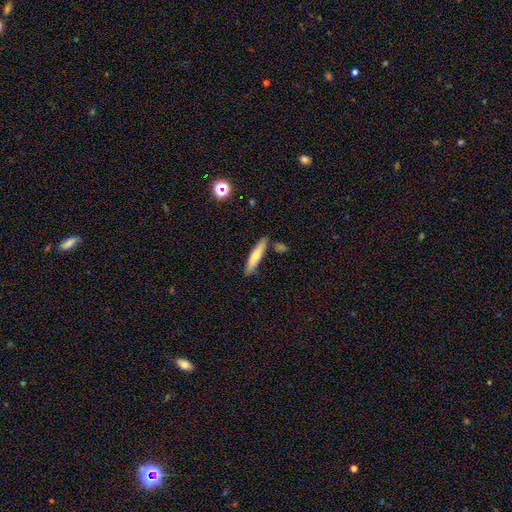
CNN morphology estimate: Smooth or featured: smooth — 62% (featured or disk — 31%)
How rounded: cigar-shaped — 83% (in between — 15%)
Merging: none — 81% (minor disturbance — 11%)